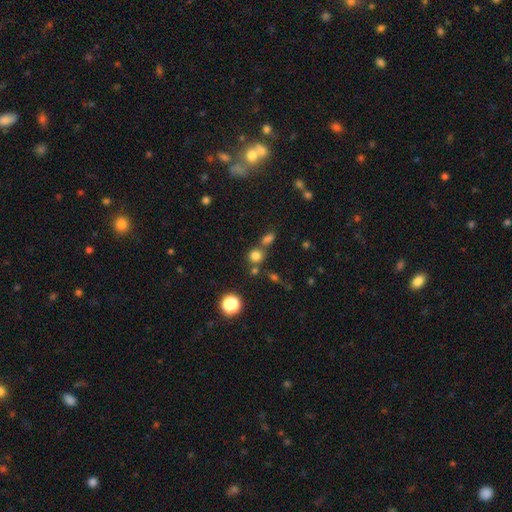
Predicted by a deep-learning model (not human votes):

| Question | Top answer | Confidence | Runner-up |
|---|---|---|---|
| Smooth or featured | smooth | 75% | star or artifact (18%) |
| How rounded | round | 85% | in between (14%) |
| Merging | none | 62% | merger (25%) |